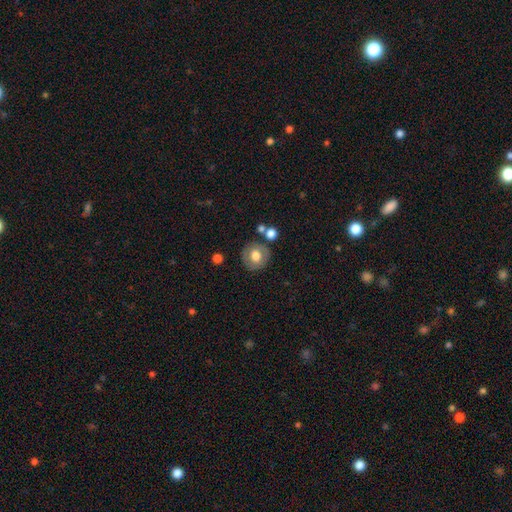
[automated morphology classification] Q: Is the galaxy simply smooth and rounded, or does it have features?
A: smooth — 62%.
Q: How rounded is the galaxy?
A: round — 87%.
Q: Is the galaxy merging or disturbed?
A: none — 78%.